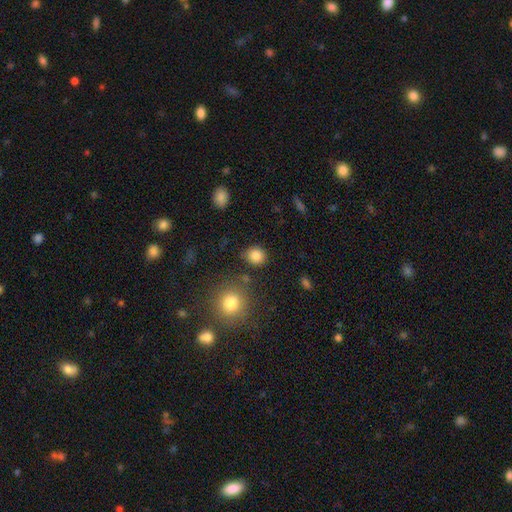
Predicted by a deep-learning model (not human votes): A smooth galaxy with no disk features (85%) that is round (80%).

Vote fractions:
- Smooth or featured? smooth: 85% / star or artifact: 10% / featured or disk: 5%
- How rounded? round: 80% / in between: 19% / cigar-shaped: 1%
- Merging? none: 83% / minor disturbance: 10% / merger: 4% / major disturbance: 3%